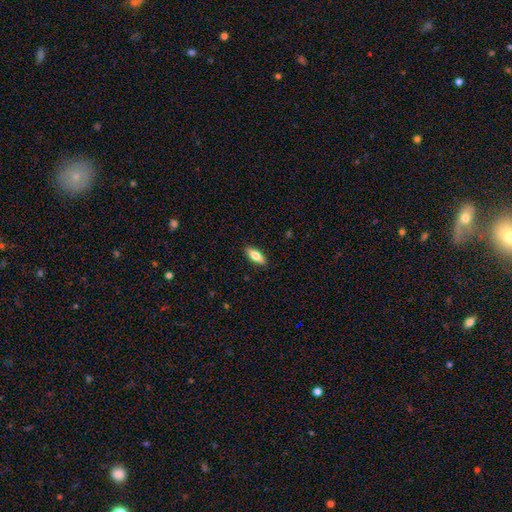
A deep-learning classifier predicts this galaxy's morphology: smooth_or_featured: smooth (p=0.72) [alt: featured or disk p=0.22]
how_rounded: in between (p=0.73) [alt: cigar-shaped p=0.24]
merging: none (p=0.88) [alt: minor disturbance p=0.09]